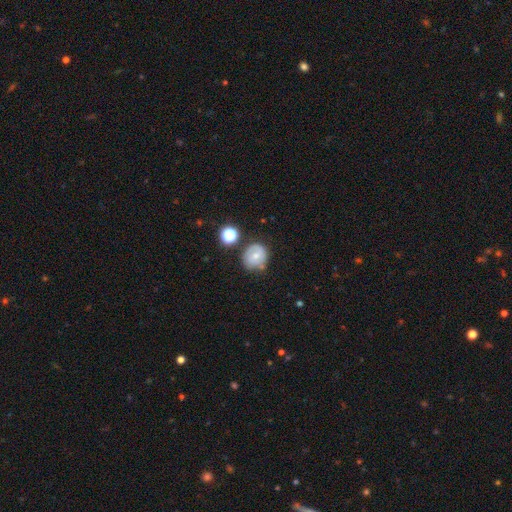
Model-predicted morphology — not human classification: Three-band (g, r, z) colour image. It shows a smooth galaxy with no disk features (52%) that is round (78%). Merging: none (62%).